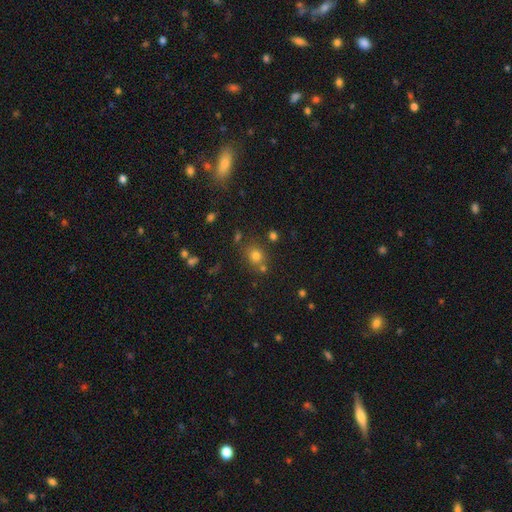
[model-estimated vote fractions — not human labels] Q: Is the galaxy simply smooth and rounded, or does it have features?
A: smooth — 73%.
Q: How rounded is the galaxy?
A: round — 72%.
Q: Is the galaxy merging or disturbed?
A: none — 70%.